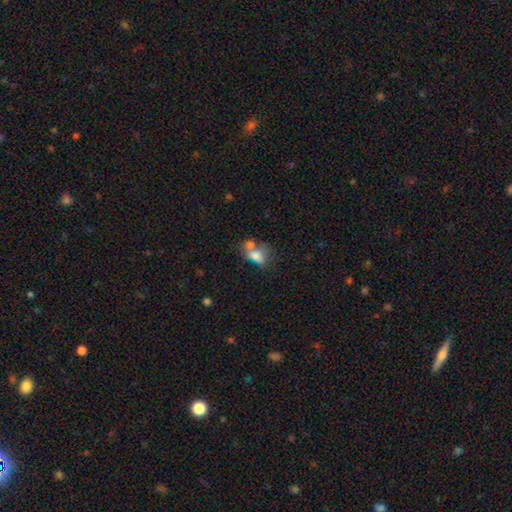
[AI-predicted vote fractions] This is likely a smooth galaxy (67%). How rounded: likely in between (72%). Merging: possibly merger (52%).